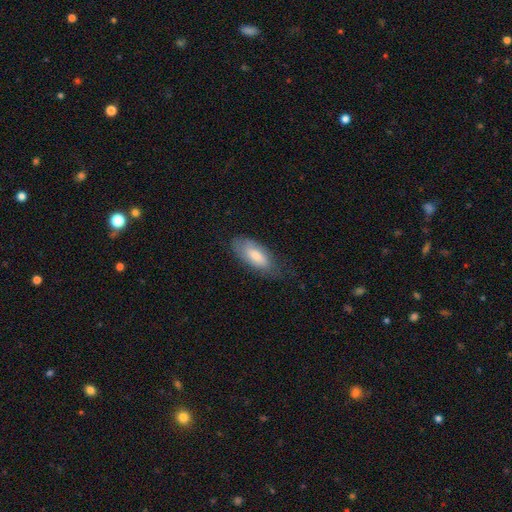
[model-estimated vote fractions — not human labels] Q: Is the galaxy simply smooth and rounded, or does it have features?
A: smooth — 74%.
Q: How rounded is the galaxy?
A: in between — 84%.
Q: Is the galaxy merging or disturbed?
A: none — 64%.